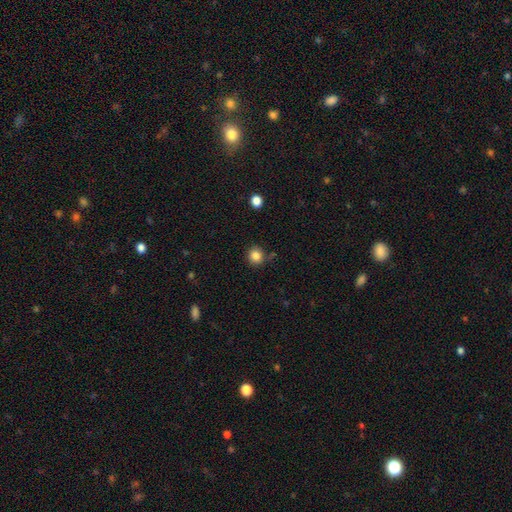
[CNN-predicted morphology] Smooth or featured?
  - smooth: 84% *
  - star or artifact: 11%
  - featured or disk: 5%
How rounded?
  - round: 88% *
  - in between: 11%
  - cigar-shaped: 1%
Merging?
  - none: 81% *
  - minor disturbance: 12%
  - merger: 4%
  - major disturbance: 3%